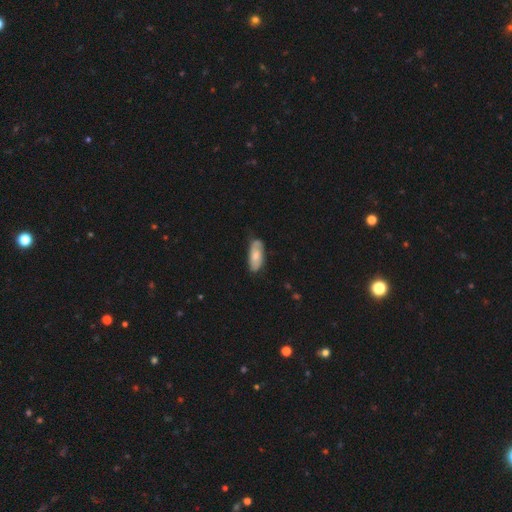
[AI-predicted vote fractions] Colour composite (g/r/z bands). It shows a smooth galaxy with no disk features (61%) that is in between round and cigar-shaped (81%). Merging: none (72%).